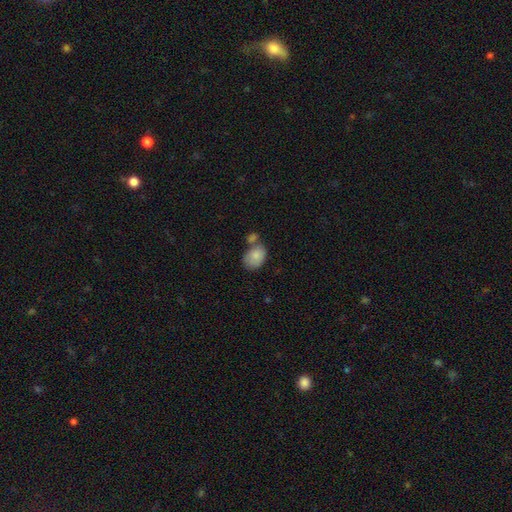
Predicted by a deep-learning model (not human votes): This appears to be a smooth galaxy with no disk features (84%) that is in between round and cigar-shaped (73%). Merging: none (43%).